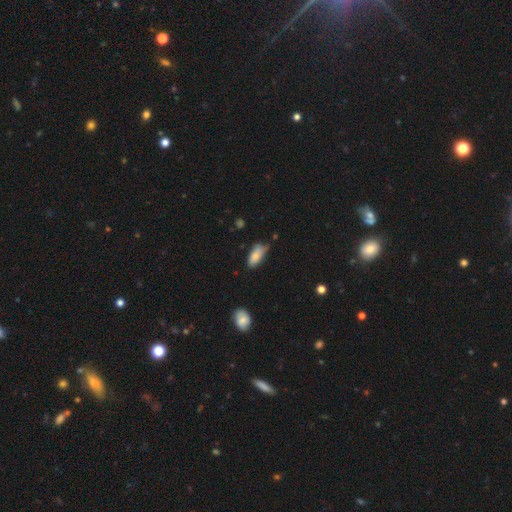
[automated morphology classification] Smooth or featured: smooth — 82% (featured or disk — 10%)
How rounded: in between — 86% (cigar-shaped — 12%)
Merging: none — 56% (minor disturbance — 35%)